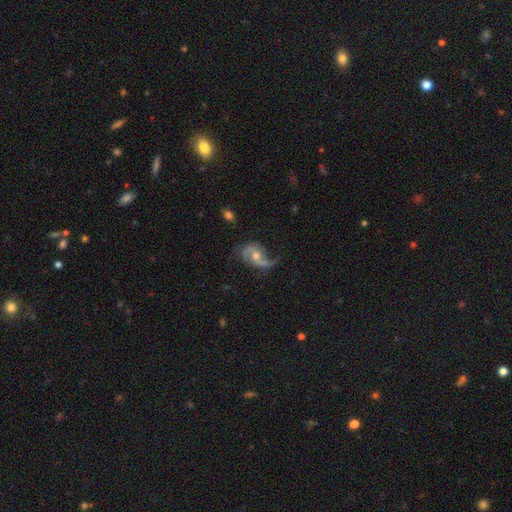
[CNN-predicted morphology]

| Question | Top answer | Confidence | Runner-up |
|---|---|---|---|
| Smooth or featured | featured or disk | 86% | smooth (8%) |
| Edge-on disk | no | 97% | yes (3%) |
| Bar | no | 52% | weak (34%) |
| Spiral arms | yes | 95% | no (5%) |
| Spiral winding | loose | 63% | medium (30%) |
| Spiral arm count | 2 | 84% | 1 (9%) |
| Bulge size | moderate | 64% | small (30%) |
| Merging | none | 58% | minor disturbance (22%) |